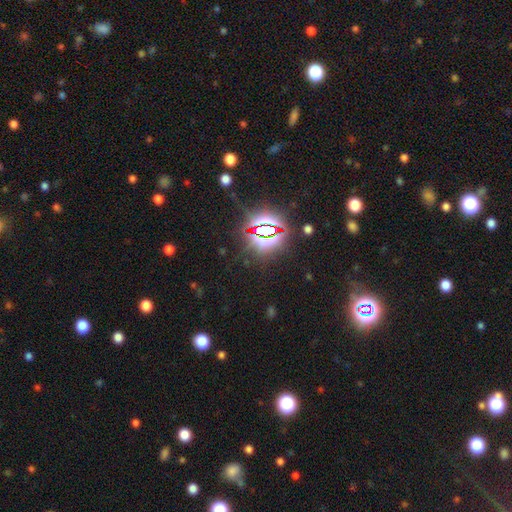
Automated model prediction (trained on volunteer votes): This appears to be a star or artifact, not a galaxy (82%).